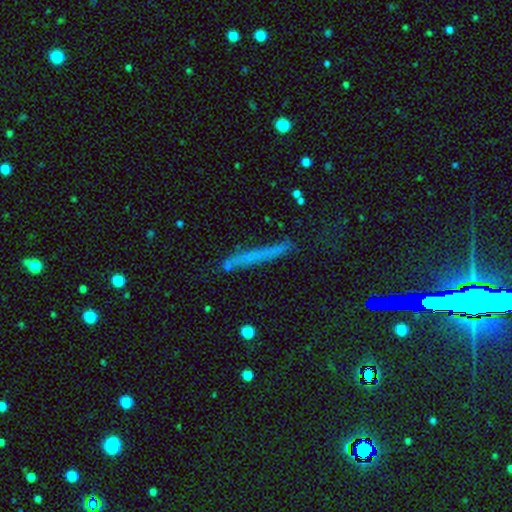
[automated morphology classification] Smooth or featured?
  - smooth: 42% *
  - featured or disk: 32%
  - star or artifact: 26%
Merging?
  - none: 77% *
  - minor disturbance: 15%
  - major disturbance: 5%
  - merger: 3%